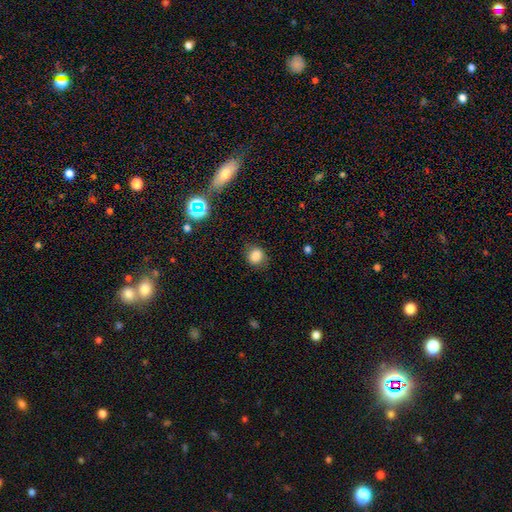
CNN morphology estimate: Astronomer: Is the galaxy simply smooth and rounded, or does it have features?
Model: smooth — 83%.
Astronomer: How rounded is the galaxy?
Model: round — 76%.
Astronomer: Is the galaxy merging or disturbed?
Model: none — 81%.